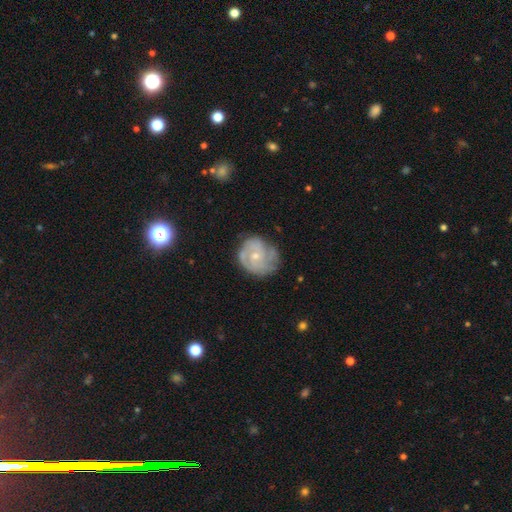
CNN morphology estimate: The model was most divided on "spiral arm count": can't tell: 30%, 3: 29%, 2: 20%, 4: 10%, 1: 6%, more than 4: 5%. More confident: edge-on disk — no (98%); spiral arms — yes (91%); smooth or featured — featured or disk (77%); bar — no (77%); bulge size — small (65%); merging — none (64%); spiral winding — tight (60%).